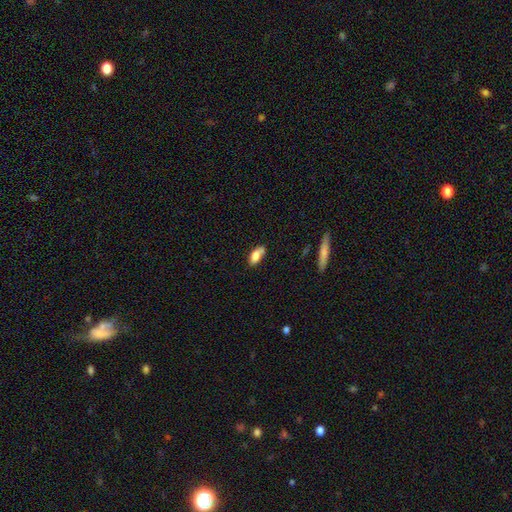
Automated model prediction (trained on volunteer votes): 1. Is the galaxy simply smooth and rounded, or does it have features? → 76% smooth, 16% featured or disk, 8% star or artifact.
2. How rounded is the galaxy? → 83% in between, 14% cigar-shaped, 4% round.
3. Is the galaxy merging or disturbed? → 57% none, 24% minor disturbance, 12% merger, 6% major disturbance.